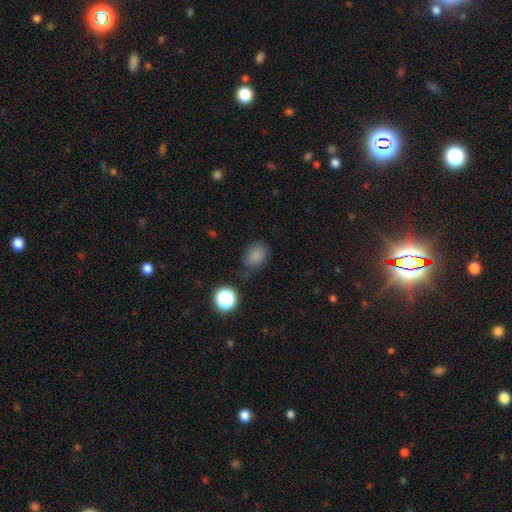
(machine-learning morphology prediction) The model was most divided on "how rounded": in between: 56%, round: 43%, cigar-shaped: 1%. More confident: smooth or featured — smooth (81%); merging — none (73%).